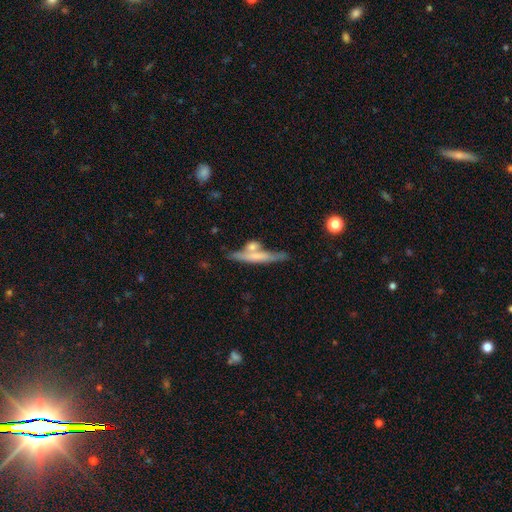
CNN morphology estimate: Smooth or featured? smooth (47%)
Merging? none (56%)